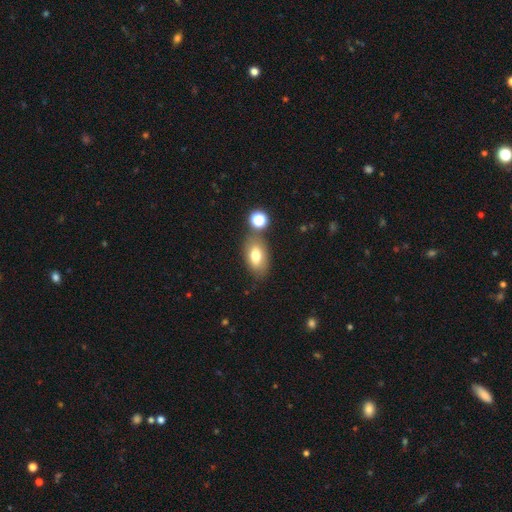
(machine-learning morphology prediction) Smooth or featured: smooth — 74% (featured or disk — 16%)
How rounded: in between — 88% (round — 9%)
Merging: none — 71% (minor disturbance — 14%)